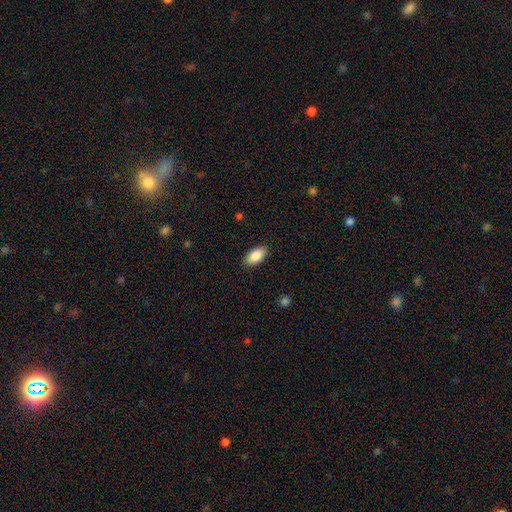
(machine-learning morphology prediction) Q: Smooth or featured?
A: smooth (89%); runner-up: star or artifact (6%)
Q: How rounded?
A: in between (92%); runner-up: cigar-shaped (6%)
Q: Merging?
A: none (88%); runner-up: minor disturbance (9%)